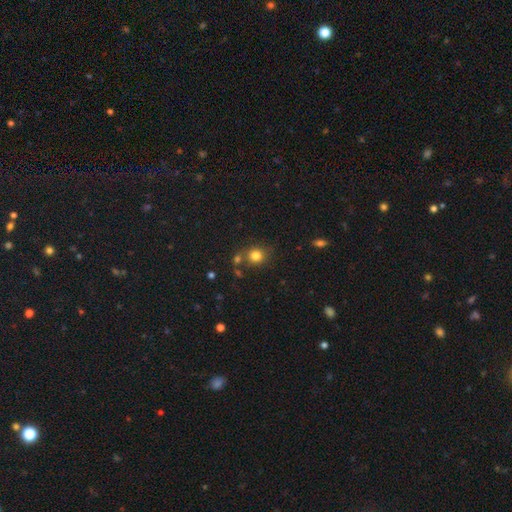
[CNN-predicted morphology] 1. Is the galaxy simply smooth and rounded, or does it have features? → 81% smooth, 13% star or artifact, 6% featured or disk.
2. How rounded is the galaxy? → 85% round, 14% in between, 1% cigar-shaped.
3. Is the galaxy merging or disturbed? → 71% none, 13% merger, 12% minor disturbance, 4% major disturbance.